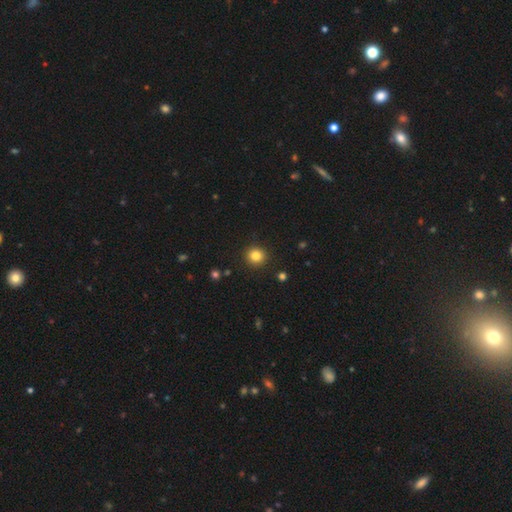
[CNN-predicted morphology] smooth 83%, star or artifact 12%, featured or disk 5%. Down the decision tree: how rounded — round (93%); merging — none (92%).